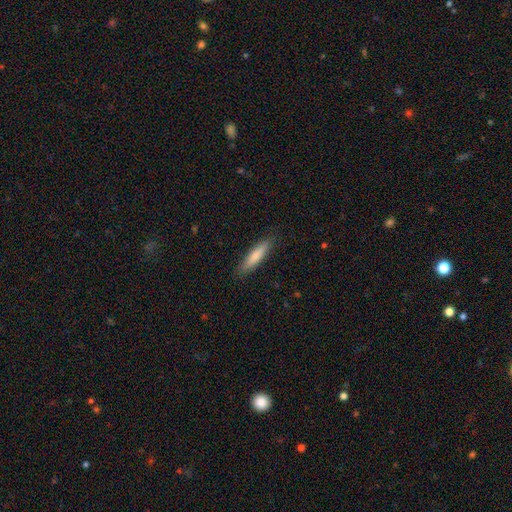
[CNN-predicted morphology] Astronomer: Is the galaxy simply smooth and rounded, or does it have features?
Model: smooth — 79%.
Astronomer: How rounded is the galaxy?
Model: cigar-shaped — 81%.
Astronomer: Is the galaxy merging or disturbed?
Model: none — 87%.